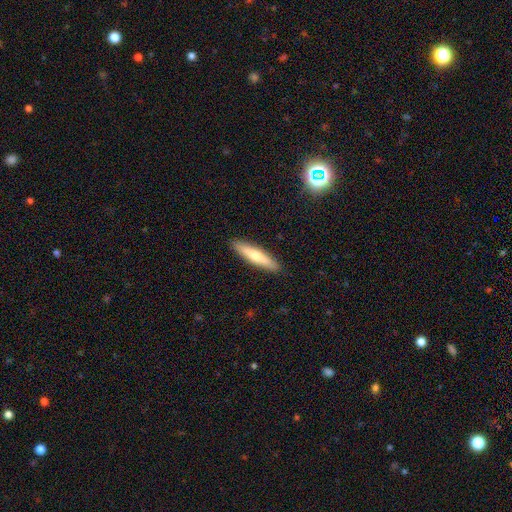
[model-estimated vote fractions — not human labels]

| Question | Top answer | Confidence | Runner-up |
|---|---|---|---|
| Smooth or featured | smooth | 62% | featured or disk (32%) |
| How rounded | cigar-shaped | 84% | in between (14%) |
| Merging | none | 91% | minor disturbance (7%) |